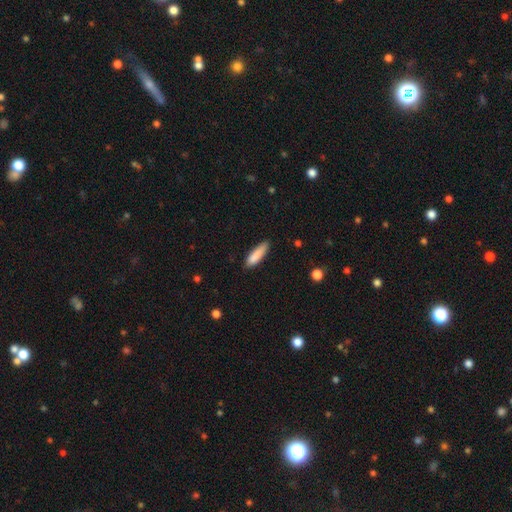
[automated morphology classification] This appears to be a smooth galaxy with no disk features (87%) that is cigar-shaped (68%). Merging: none (82%).